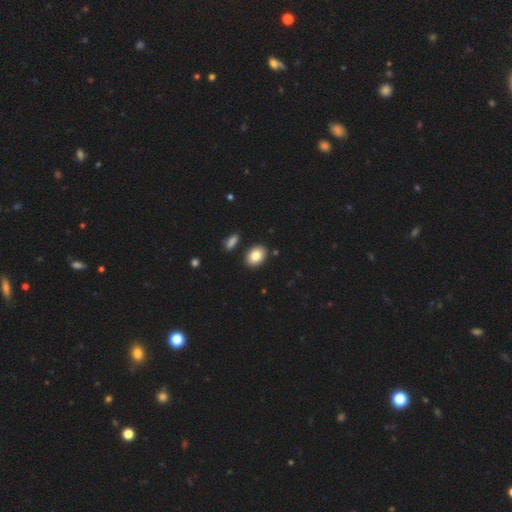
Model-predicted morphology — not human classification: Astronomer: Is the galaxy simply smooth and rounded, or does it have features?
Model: smooth — 84%.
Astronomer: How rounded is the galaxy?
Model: in between — 74%.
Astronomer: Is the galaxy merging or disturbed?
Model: none — 86%.